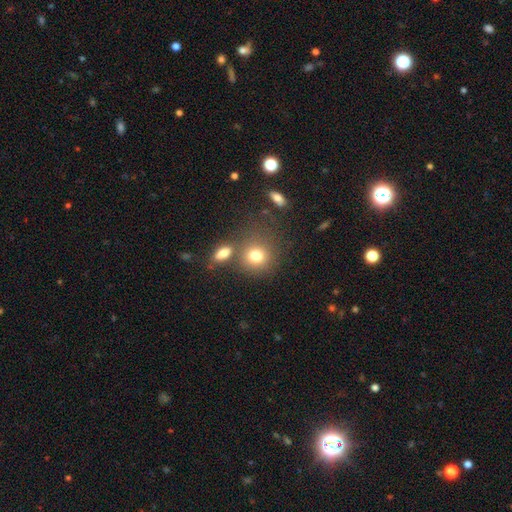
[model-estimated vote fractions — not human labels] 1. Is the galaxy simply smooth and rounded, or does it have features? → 79% smooth, 12% star or artifact, 10% featured or disk.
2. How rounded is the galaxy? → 80% round, 19% in between, 1% cigar-shaped.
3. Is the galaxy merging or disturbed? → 64% none, 18% merger, 12% minor disturbance, 6% major disturbance.